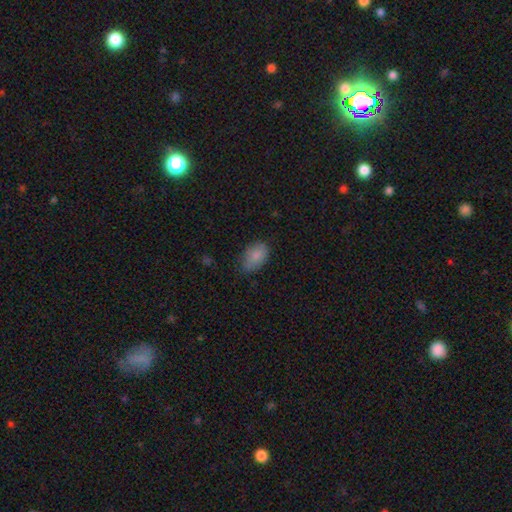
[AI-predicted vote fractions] smooth 83%, featured or disk 9%, star or artifact 8%. Down the decision tree: how rounded — in between (89%); merging — none (63%).